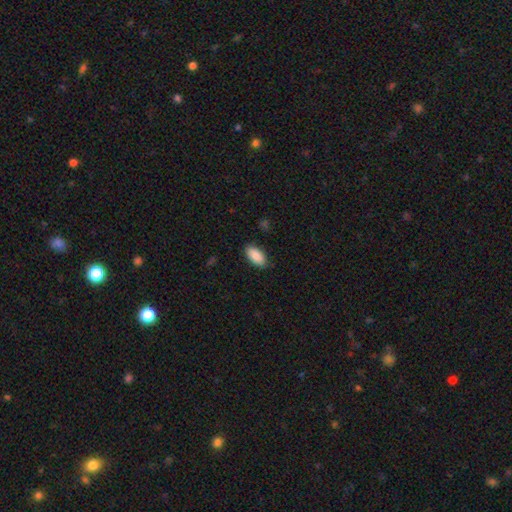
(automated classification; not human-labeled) smooth 88%, star or artifact 6%, featured or disk 6%. Down the decision tree: how rounded — in between (94%); merging — none (86%).